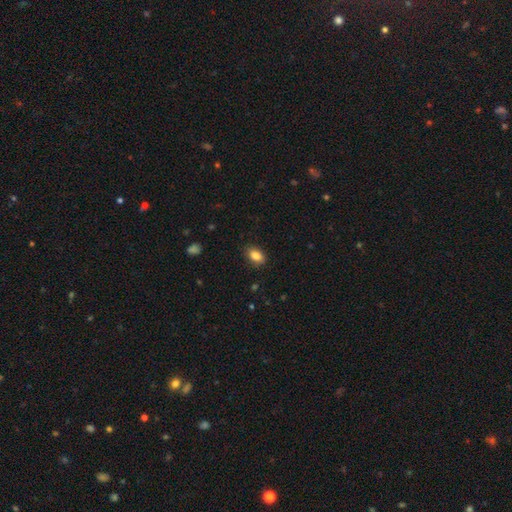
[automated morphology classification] type=smooth (86%); roundness=in between (87%); merging=none (87%).